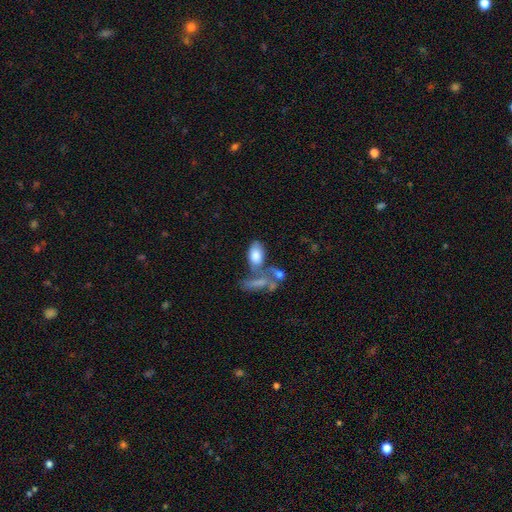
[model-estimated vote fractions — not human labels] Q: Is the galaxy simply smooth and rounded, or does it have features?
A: smooth — 77%.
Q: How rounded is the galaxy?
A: in between — 92%.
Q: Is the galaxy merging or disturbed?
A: merger — 40%.